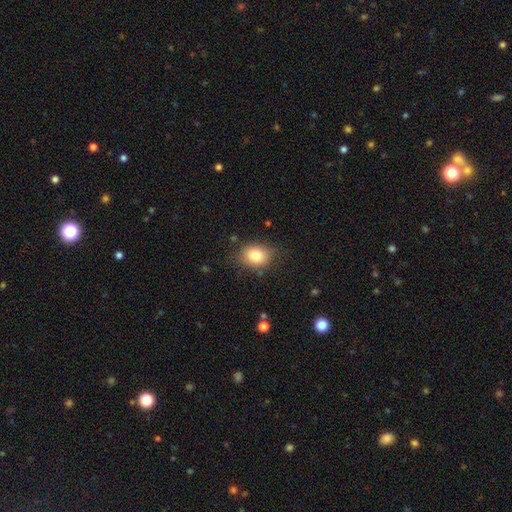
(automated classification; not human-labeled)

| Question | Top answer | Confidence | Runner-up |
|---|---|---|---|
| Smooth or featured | smooth | 81% | star or artifact (10%) |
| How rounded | in between | 54% | round (45%) |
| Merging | none | 78% | minor disturbance (16%) |